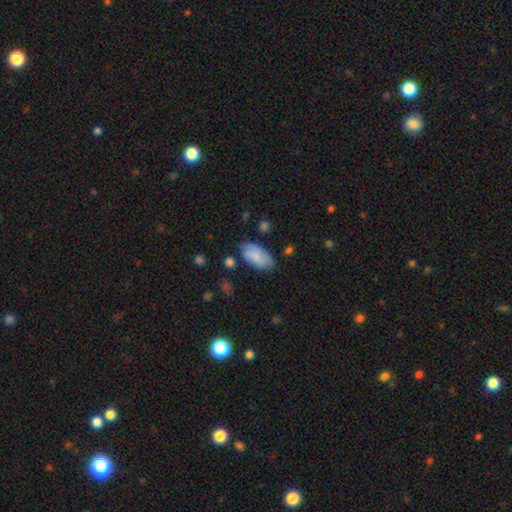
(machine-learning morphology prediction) Smooth or featured: smooth — 80% (featured or disk — 13%)
How rounded: in between — 94% (round — 3%)
Merging: none — 67% (minor disturbance — 24%)